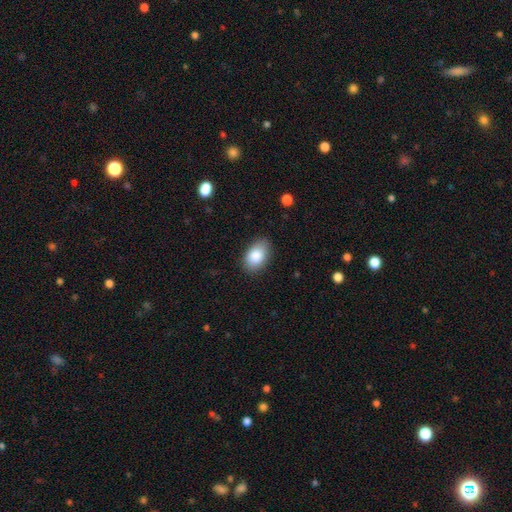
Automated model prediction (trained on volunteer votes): This appears to be a smooth galaxy with no disk features (86%) that is in between round and cigar-shaped (89%). Merging: none (84%).